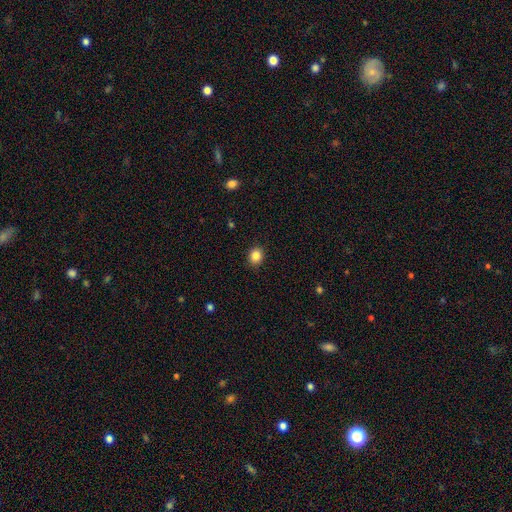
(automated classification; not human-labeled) Smooth or featured: smooth — 85% (star or artifact — 10%)
How rounded: round — 65% (in between — 34%)
Merging: none — 91% (minor disturbance — 7%)